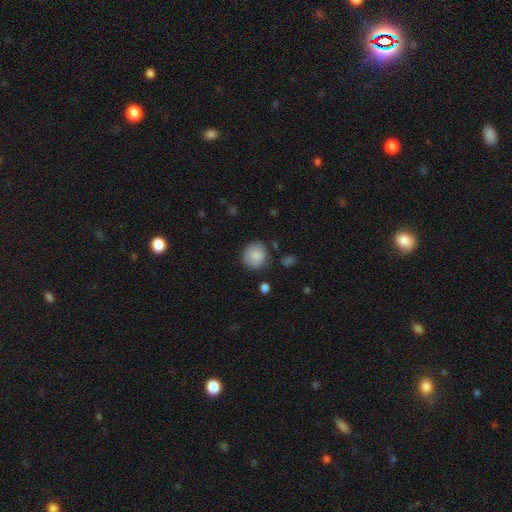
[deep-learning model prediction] Morphology: type=smooth (86%); roundness=round (84%); merging=none (76%).